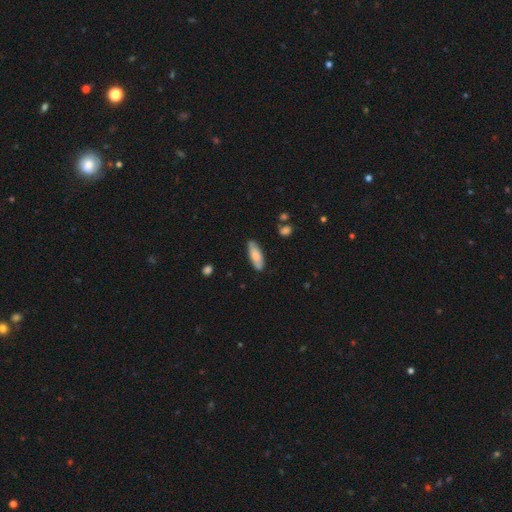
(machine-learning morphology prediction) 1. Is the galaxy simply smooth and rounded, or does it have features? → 74% smooth, 20% featured or disk, 6% star or artifact.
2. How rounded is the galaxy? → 66% in between, 32% cigar-shaped, 2% round.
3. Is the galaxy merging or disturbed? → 81% none, 15% minor disturbance, 3% major disturbance, 2% merger.